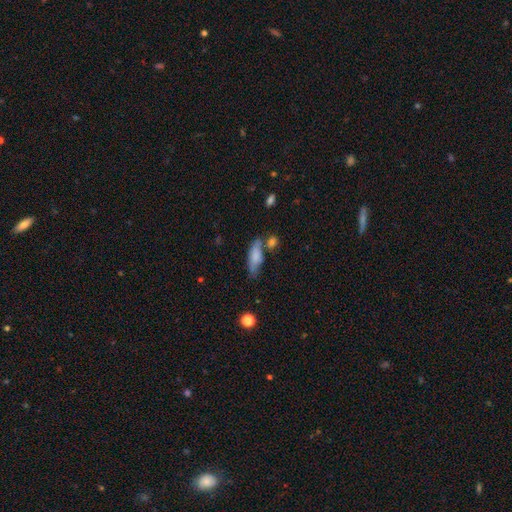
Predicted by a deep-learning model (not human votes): This appears to be a smooth galaxy with no disk features (73%) that is in between round and cigar-shaped (62%). Merging: none (53%).